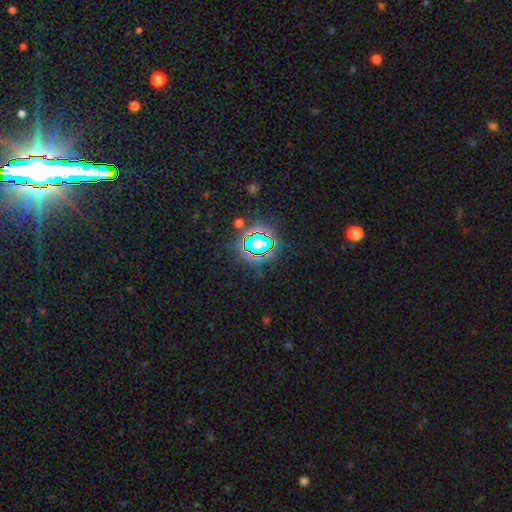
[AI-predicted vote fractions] A star or artifact, not a galaxy (81%).